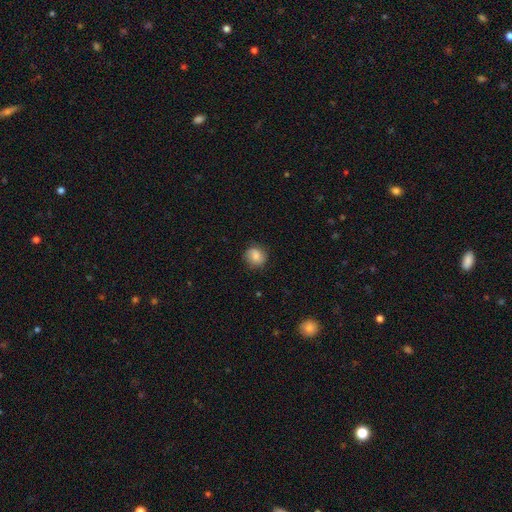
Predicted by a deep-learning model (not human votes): Smooth or featured? smooth (81%)
How rounded? round (80%)
Merging? none (79%)